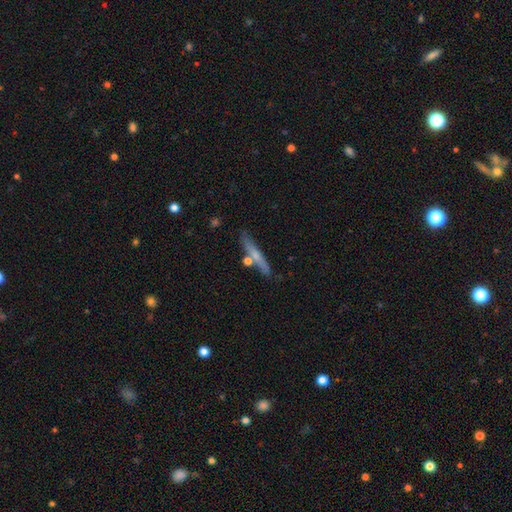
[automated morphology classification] Q: Smooth or featured?
A: smooth (55%); runner-up: featured or disk (38%)
Q: How rounded?
A: cigar-shaped (92%); runner-up: in between (6%)
Q: Merging?
A: none (75%); runner-up: minor disturbance (13%)